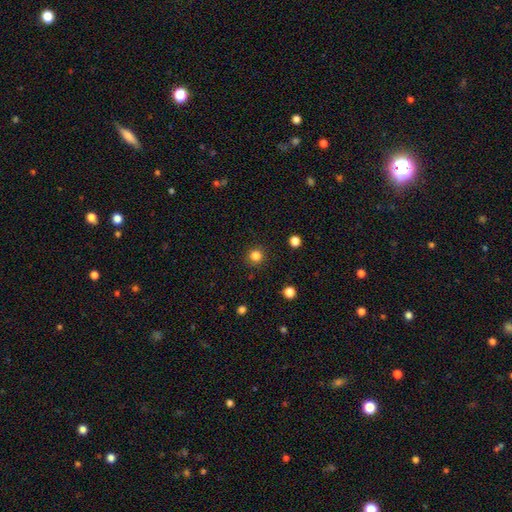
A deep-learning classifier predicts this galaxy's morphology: The model was most divided on "smooth or featured": smooth: 83%, star or artifact: 13%, featured or disk: 4%. More confident: how rounded — round (95%); merging — none (91%).